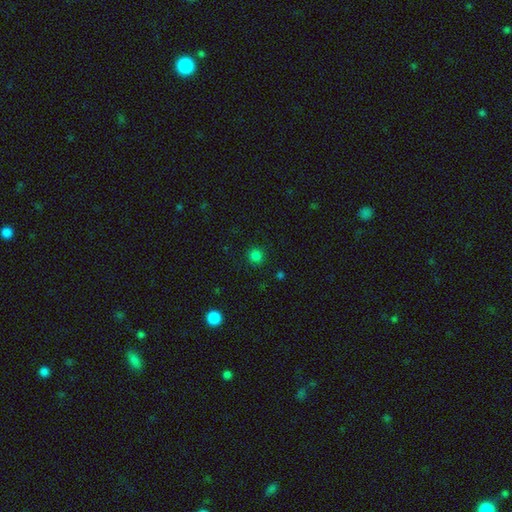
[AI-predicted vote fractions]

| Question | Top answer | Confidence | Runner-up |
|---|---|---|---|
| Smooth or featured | smooth | 82% | star or artifact (15%) |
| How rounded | round | 93% | in between (6%) |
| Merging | none | 91% | minor disturbance (6%) |